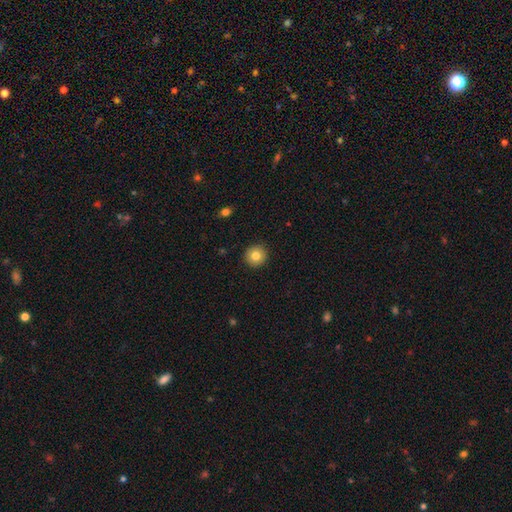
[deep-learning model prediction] Smooth or featured: smooth — 81% (featured or disk — 10%)
How rounded: round — 94% (in between — 5%)
Merging: none — 92% (minor disturbance — 5%)